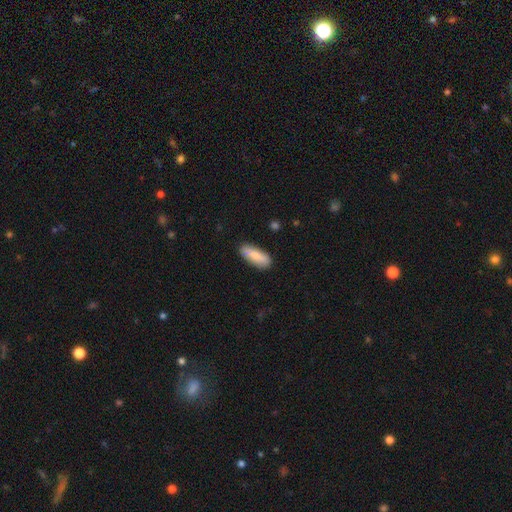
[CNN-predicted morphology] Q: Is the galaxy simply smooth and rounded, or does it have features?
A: smooth — 77%.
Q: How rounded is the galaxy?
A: in between — 67%.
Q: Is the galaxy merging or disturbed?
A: none — 83%.